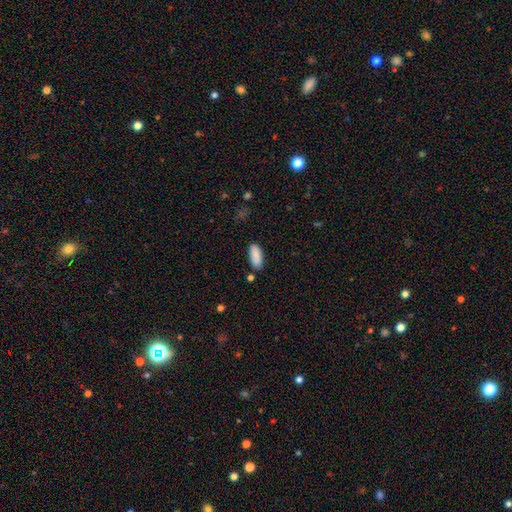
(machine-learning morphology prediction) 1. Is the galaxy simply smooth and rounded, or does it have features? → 88% smooth, 6% star or artifact, 6% featured or disk.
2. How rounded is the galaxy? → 85% in between, 14% cigar-shaped, 2% round.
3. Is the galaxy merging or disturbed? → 82% none, 12% minor disturbance, 4% merger, 3% major disturbance.